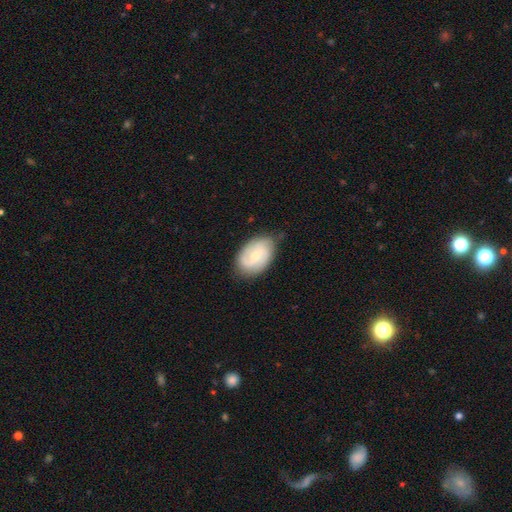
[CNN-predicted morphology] The model was most divided on "spiral winding": medium: 42%, tight: 40%, loose: 17%. More confident: edge-on disk — no (97%); spiral arms — yes (89%); merging — none (68%); spiral arm count — 2 (65%); smooth or featured — featured or disk (61%); bar — no (56%); bulge size — small (53%).